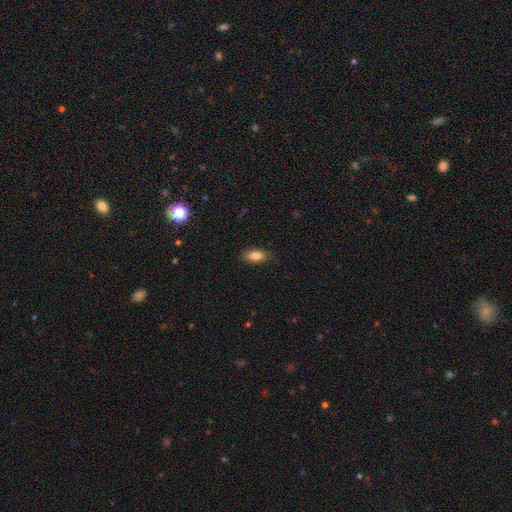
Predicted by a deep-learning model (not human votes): Overall: smooth (82%). How rounded: in between (84%). Merging: none (84%).